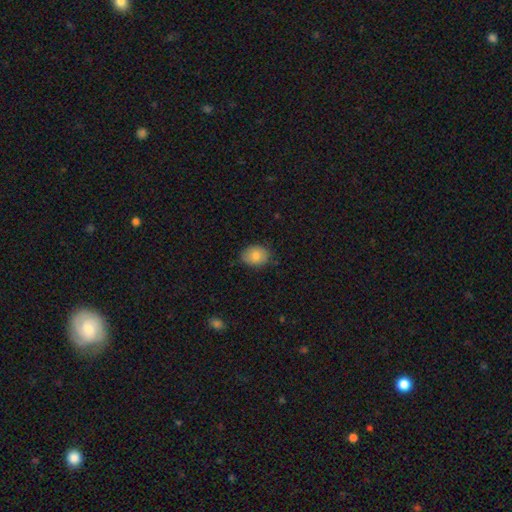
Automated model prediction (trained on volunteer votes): Smooth or featured?
  - smooth: 81% *
  - featured or disk: 11%
  - star or artifact: 8%
How rounded?
  - in between: 64% *
  - round: 35%
  - cigar-shaped: 1%
Merging?
  - none: 79% *
  - minor disturbance: 17%
  - major disturbance: 3%
  - merger: 1%